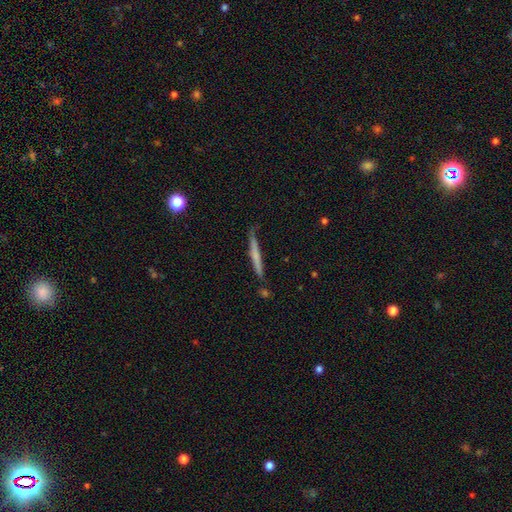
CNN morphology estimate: This appears to be a smooth galaxy with no disk features (57%) that is cigar-shaped (96%). Merging: none (74%).